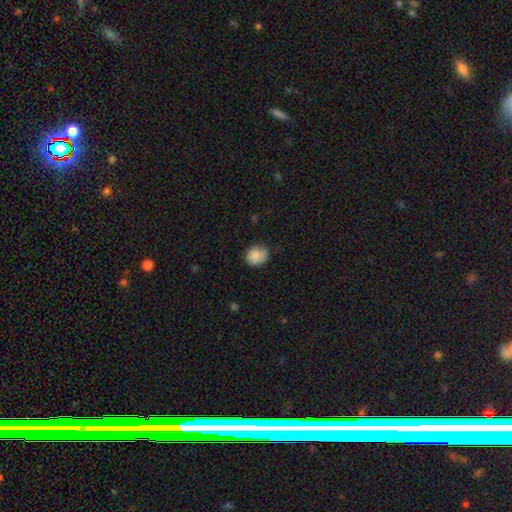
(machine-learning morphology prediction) Smooth or featured?
  - smooth: 85% *
  - star or artifact: 8%
  - featured or disk: 7%
How rounded?
  - round: 67% *
  - in between: 32%
  - cigar-shaped: 1%
Merging?
  - none: 71% *
  - minor disturbance: 24%
  - major disturbance: 4%
  - merger: 1%